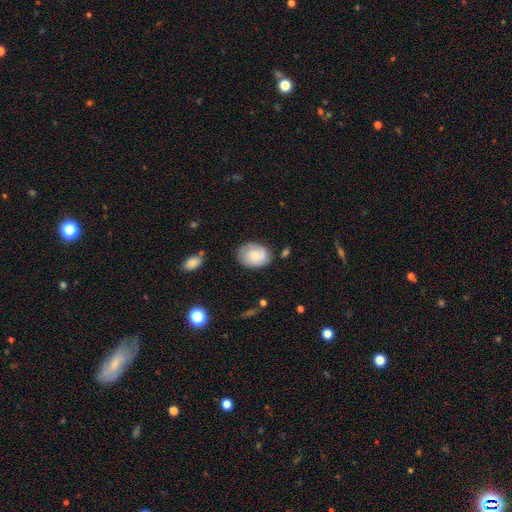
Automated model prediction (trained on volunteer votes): Overall: smooth (64%; featured or disk 29%). How rounded: in between (63%; round 36%). Merging: none (70%).